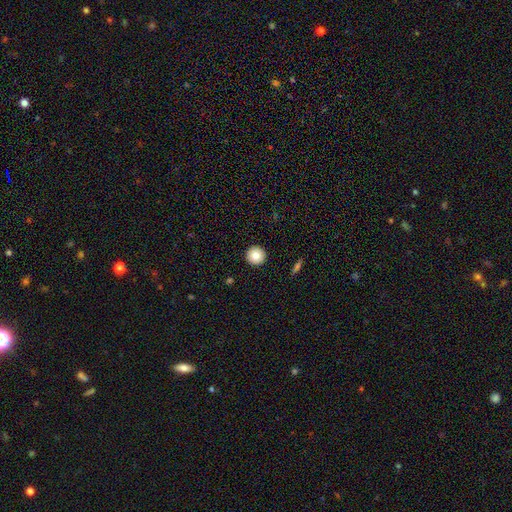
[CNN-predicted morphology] This appears to be a smooth galaxy with no disk features (79%) that is round (96%). Merging: none (94%).